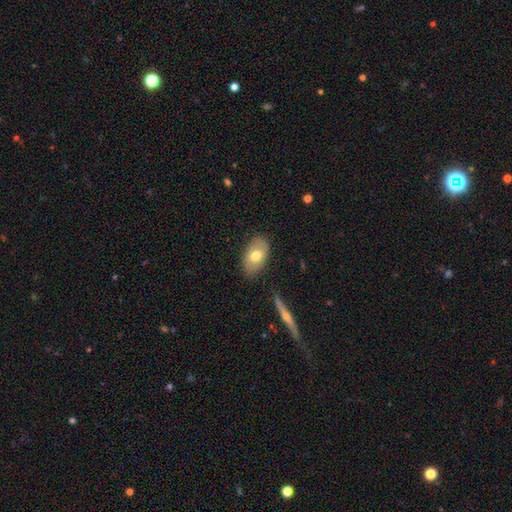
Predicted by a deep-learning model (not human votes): A smooth galaxy with no disk features (68%) that is in between round and cigar-shaped (91%).

Vote fractions:
- Smooth or featured? smooth: 68% / featured or disk: 26% / star or artifact: 7%
- How rounded? in between: 91% / round: 7% / cigar-shaped: 2%
- Merging? none: 81% / minor disturbance: 15% / major disturbance: 3% / merger: 2%